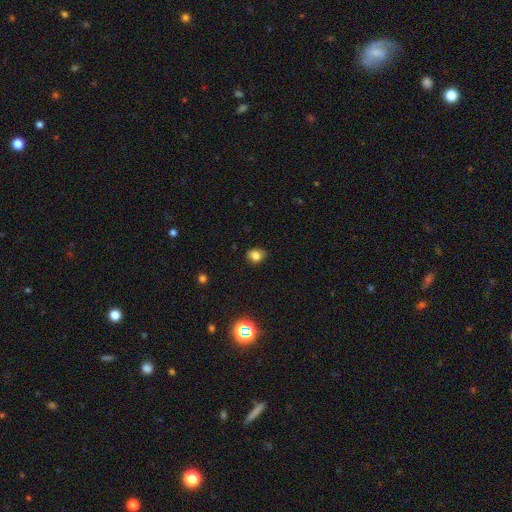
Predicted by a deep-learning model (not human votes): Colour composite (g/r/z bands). It shows a smooth galaxy with no disk features (80%) that is round (61%). Merging: none (80%).